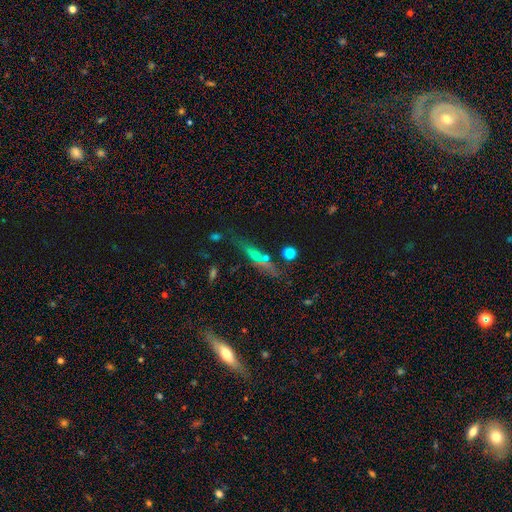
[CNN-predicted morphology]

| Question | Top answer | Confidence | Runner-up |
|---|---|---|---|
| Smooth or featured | smooth | 46% | featured or disk (37%) |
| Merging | none | 67% | minor disturbance (16%) |